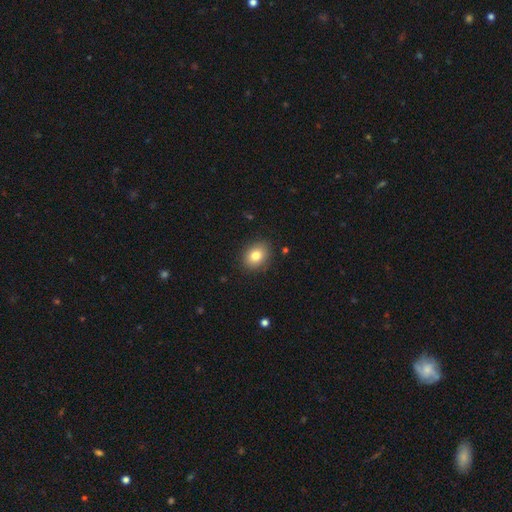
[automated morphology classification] This appears to be a smooth galaxy with no disk features (82%) that is round (53%). Merging: none (88%).